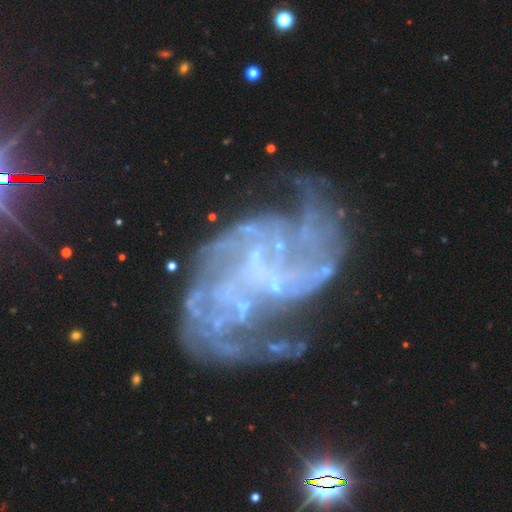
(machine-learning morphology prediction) Q: Smooth or featured?
A: featured or disk (58%); runner-up: star or artifact (29%)
Q: Edge-on disk?
A: no (95%); runner-up: yes (5%)
Q: Bar?
A: no (58%); runner-up: weak (24%)
Q: Spiral arms?
A: yes (62%); runner-up: no (38%)
Q: Bulge size?
A: none (42%); runner-up: small (39%)
Q: Merging?
A: none (44%); runner-up: major disturbance (26%)